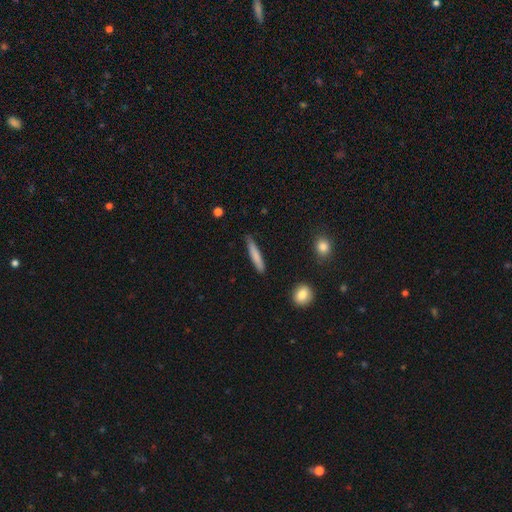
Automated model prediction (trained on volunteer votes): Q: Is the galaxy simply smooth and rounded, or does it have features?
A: smooth — 77%.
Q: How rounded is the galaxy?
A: cigar-shaped — 93%.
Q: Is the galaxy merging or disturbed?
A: none — 85%.